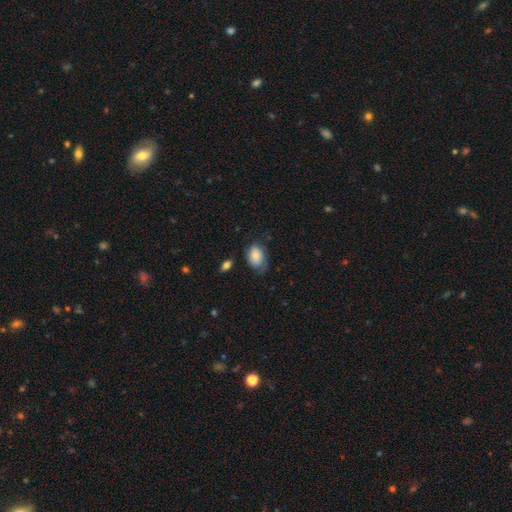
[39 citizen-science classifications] Overall: smooth (56%; featured or disk 38%). How rounded: in between (77%). Merging: none (38%; major disturbance 32%).